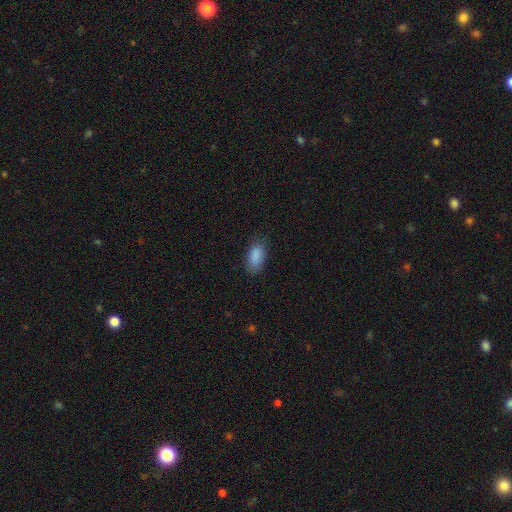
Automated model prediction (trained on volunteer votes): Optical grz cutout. It shows a smooth galaxy with no disk features (88%) that is in between round and cigar-shaped (91%). Merging: none (79%).